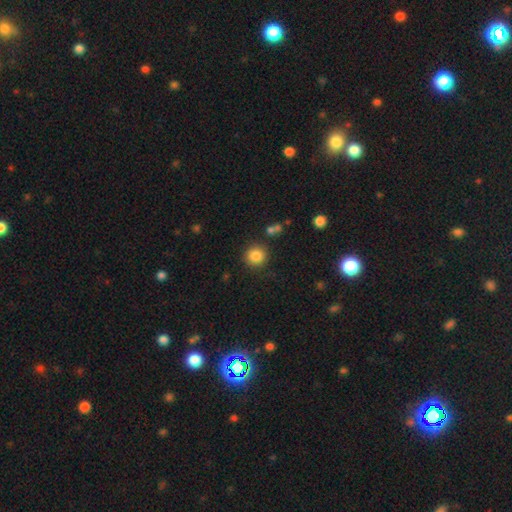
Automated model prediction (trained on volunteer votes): Morphology: type=smooth (85%); roundness=round (92%); merging=none (87%).